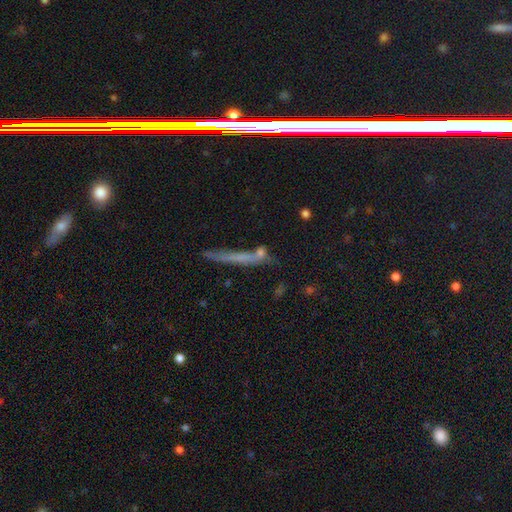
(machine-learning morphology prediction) Overall: smooth (52%; featured or disk 34%). How rounded: cigar-shaped (84%). Merging: none (53%; merger 19%).